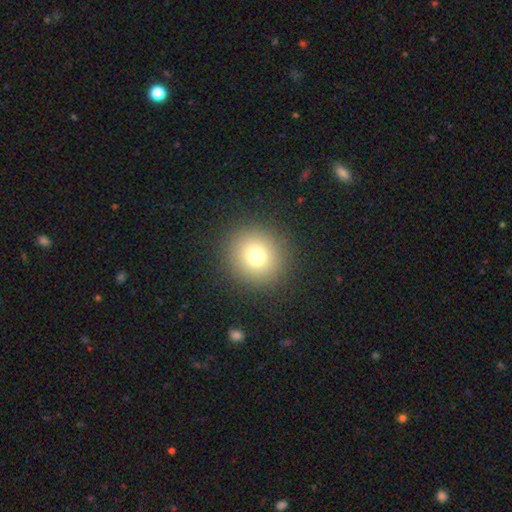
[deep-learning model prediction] A smooth galaxy with no disk features (77%) that is round (92%). Merging: none (91%).